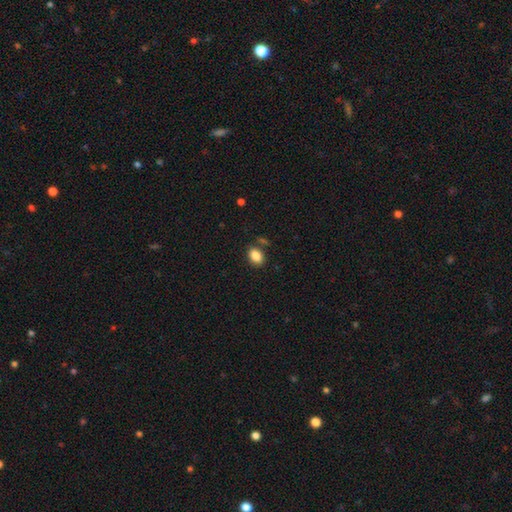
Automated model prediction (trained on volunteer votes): The model was most divided on "merging": none: 78%, minor disturbance: 12%, merger: 7%, major disturbance: 3%. More confident: smooth or featured — smooth (87%); how rounded — in between (83%).